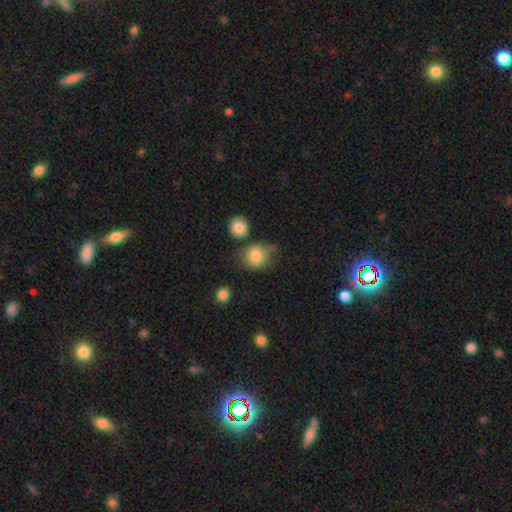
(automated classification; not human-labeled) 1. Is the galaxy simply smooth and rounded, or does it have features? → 82% smooth, 9% star or artifact, 9% featured or disk.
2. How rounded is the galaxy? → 73% round, 26% in between, 1% cigar-shaped.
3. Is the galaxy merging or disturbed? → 55% none, 25% minor disturbance, 11% merger, 9% major disturbance.